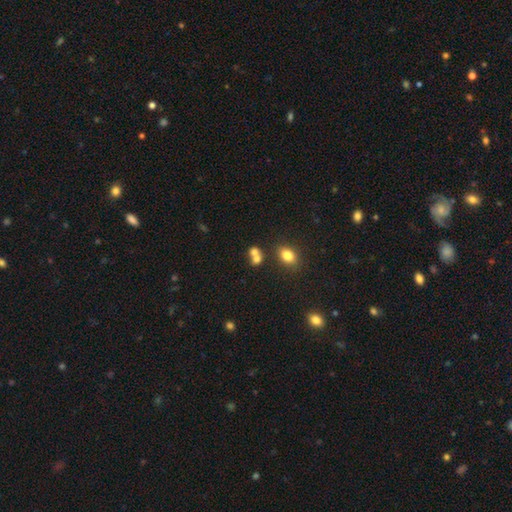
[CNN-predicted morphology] Smooth or featured? smooth (73%)
How rounded? round (59%)
Merging? merger (51%)